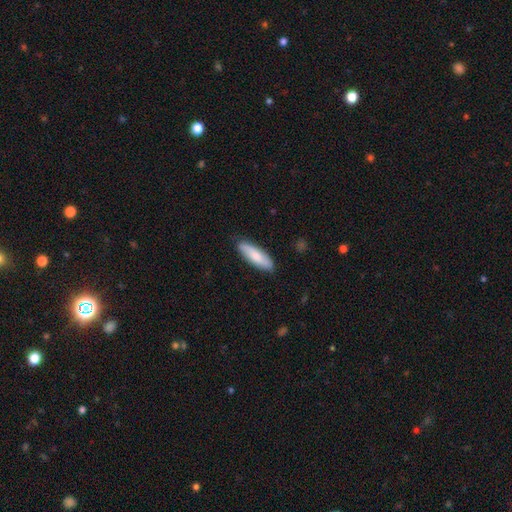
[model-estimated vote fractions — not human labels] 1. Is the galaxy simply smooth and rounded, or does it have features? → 78% smooth, 17% featured or disk, 5% star or artifact.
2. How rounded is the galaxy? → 52% cigar-shaped, 46% in between, 2% round.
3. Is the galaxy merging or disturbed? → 85% none, 12% minor disturbance, 2% major disturbance, 1% merger.